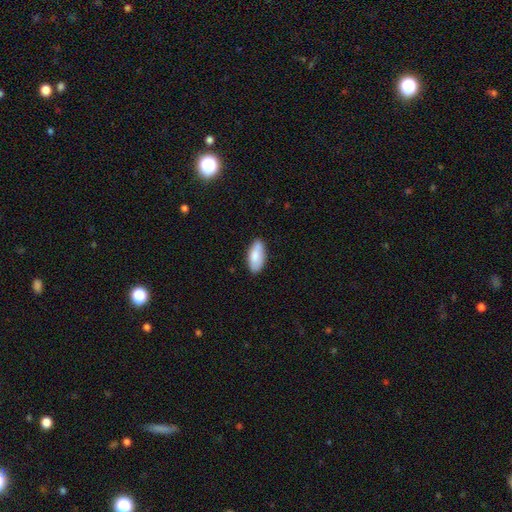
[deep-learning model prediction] Smooth or featured?
  - smooth: 83% *
  - featured or disk: 11%
  - star or artifact: 6%
How rounded?
  - in between: 87% *
  - cigar-shaped: 11%
  - round: 2%
Merging?
  - none: 82% *
  - minor disturbance: 15%
  - major disturbance: 2%
  - merger: 1%